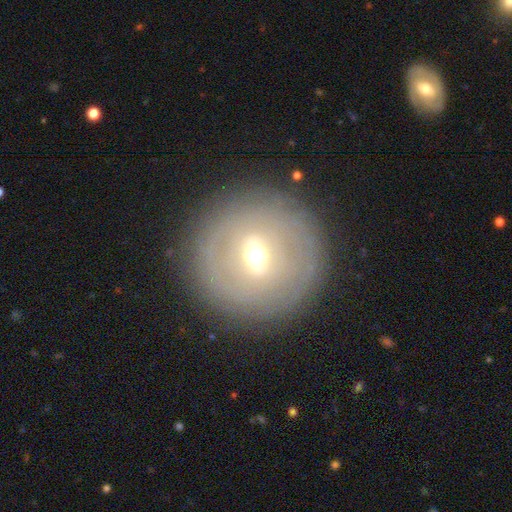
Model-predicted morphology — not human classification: smooth_or_featured: featured or disk (p=0.65) [alt: smooth p=0.26]
disk_edge_on: no (p=0.85) [alt: yes p=0.15]
bar: weak (p=0.46) [alt: strong p=0.35]
has_spiral_arms: no (p=0.68) [alt: yes p=0.32]
bulge_size: moderate (p=0.56) [alt: small p=0.36]
merging: none (p=0.85) [alt: minor disturbance p=0.09]